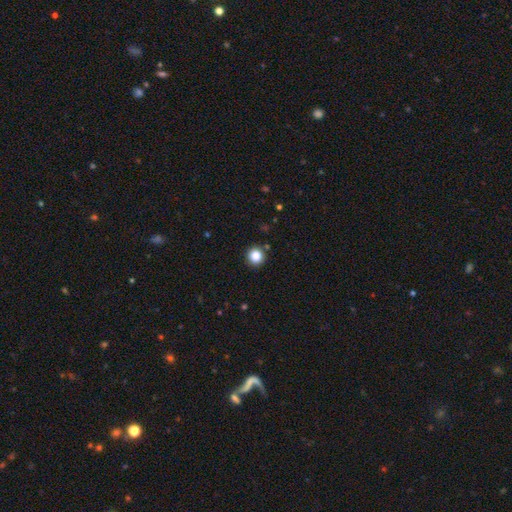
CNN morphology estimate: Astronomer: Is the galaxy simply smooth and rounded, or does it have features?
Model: smooth — 85%.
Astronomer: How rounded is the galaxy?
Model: round — 95%.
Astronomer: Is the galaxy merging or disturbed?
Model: none — 91%.